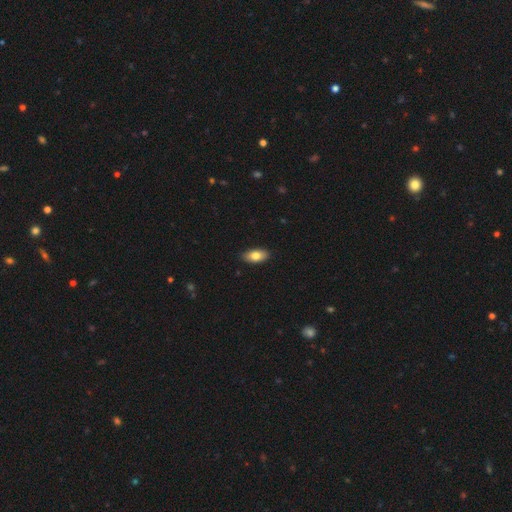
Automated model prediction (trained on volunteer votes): A smooth galaxy with no disk features (79%) that is in between round and cigar-shaped (92%).

Vote fractions:
- Smooth or featured? smooth: 79% / featured or disk: 14% / star or artifact: 7%
- How rounded? in between: 92% / cigar-shaped: 5% / round: 3%
- Merging? none: 89% / minor disturbance: 8% / major disturbance: 2% / merger: 1%